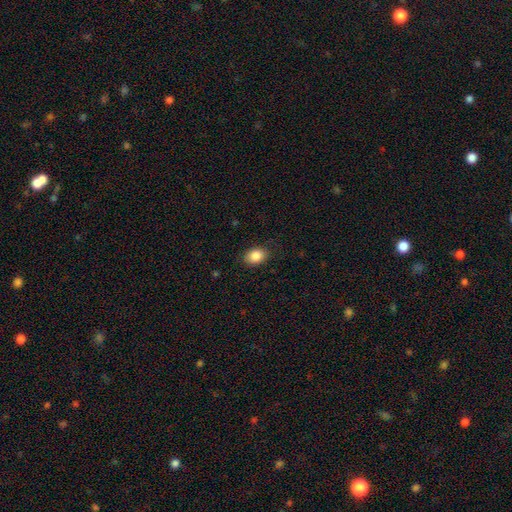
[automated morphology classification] Smooth or featured? Predicted: smooth (p=0.87). How rounded? Predicted: in between (p=0.76). Merging? Predicted: none (p=0.84).